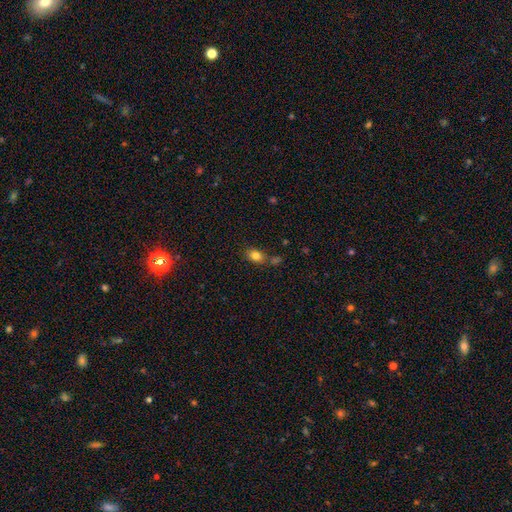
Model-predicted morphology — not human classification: Smooth or featured? Predicted: smooth (p=0.81). How rounded? Predicted: in between (p=0.69). Merging? Predicted: none (p=0.62).